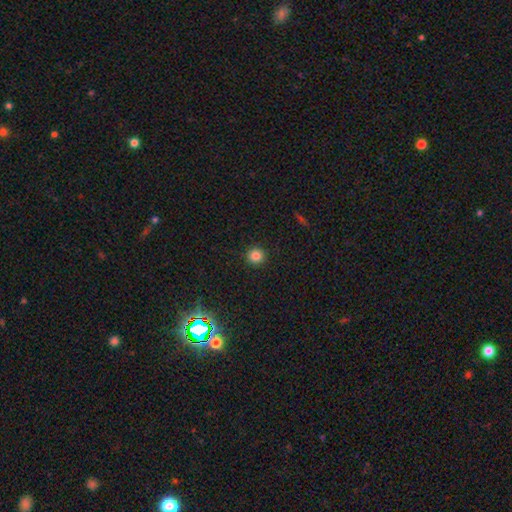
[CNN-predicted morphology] This appears to be a smooth galaxy with no disk features (83%) that is round (94%). Merging: none (92%).